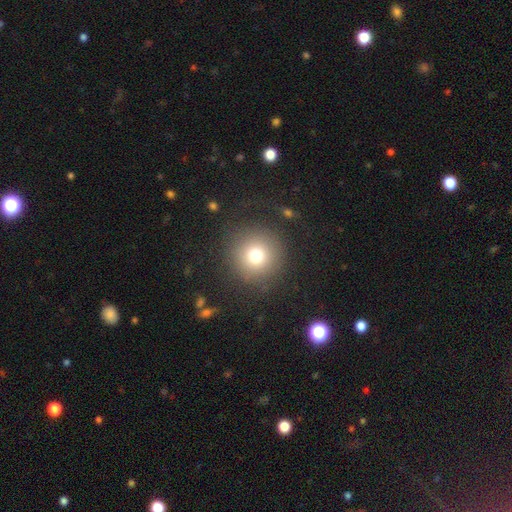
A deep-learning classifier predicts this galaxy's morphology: type=smooth (74%); roundness=round (95%); merging=none (85%).